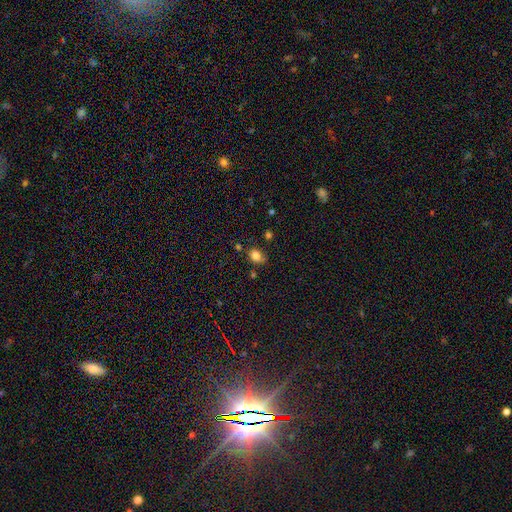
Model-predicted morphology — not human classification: Overall: smooth (82%). How rounded: in between (52%; round 47%). Merging: none (66%).